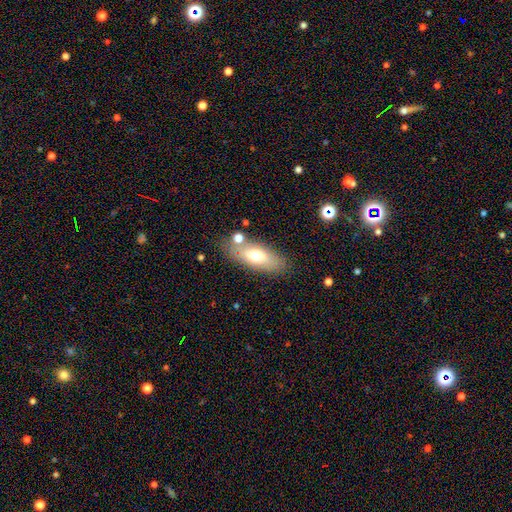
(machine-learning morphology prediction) Overall: smooth (64%; featured or disk 27%). How rounded: in between (77%). Merging: none (75%).